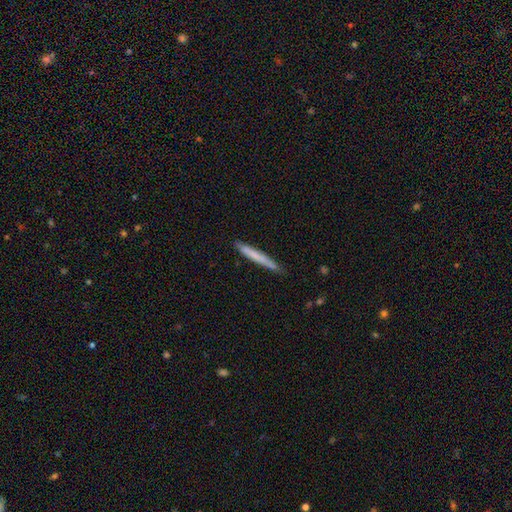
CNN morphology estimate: A smooth galaxy with no disk features (64%) that is cigar-shaped (97%).

Vote fractions:
- Smooth or featured? smooth: 64% / featured or disk: 30% / star or artifact: 6%
- How rounded? cigar-shaped: 97% / in between: 2% / round: 1%
- Merging? none: 85% / minor disturbance: 12% / major disturbance: 2% / merger: 1%